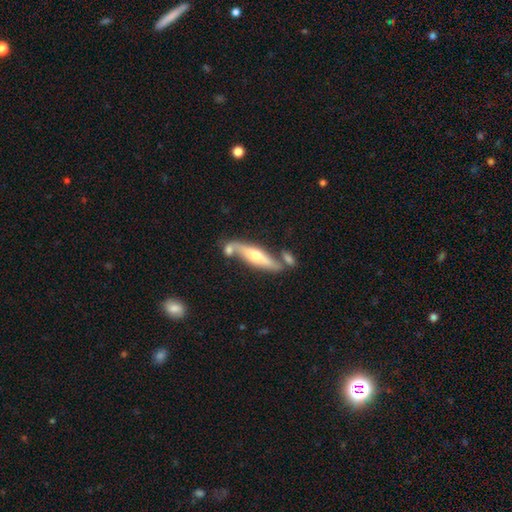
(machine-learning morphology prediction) A featured or disk galaxy (56%) viewed edge-on (81%). Merging: none (58%).